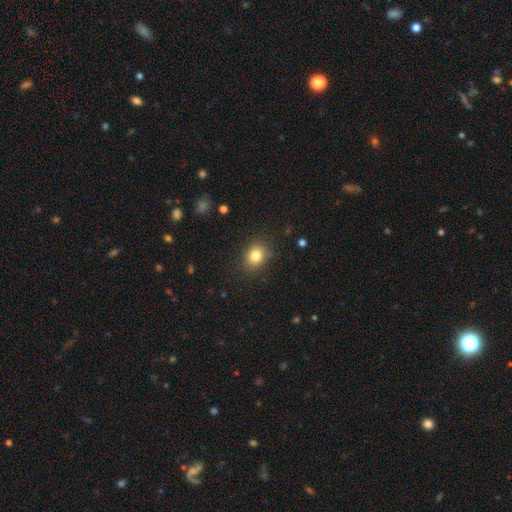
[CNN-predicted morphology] Q: Smooth or featured?
A: smooth (82%); runner-up: star or artifact (11%)
Q: How rounded?
A: round (53%); runner-up: in between (46%)
Q: Merging?
A: none (85%); runner-up: minor disturbance (11%)